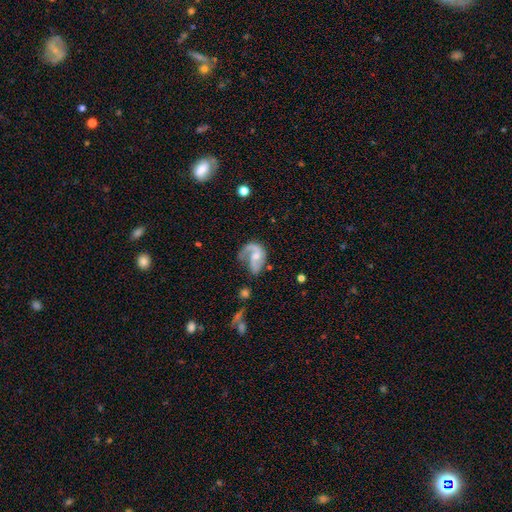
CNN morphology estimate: Smooth or featured?
  - featured or disk: 80% *
  - smooth: 14%
  - star or artifact: 6%
Edge-on disk?
  - no: 97% *
  - yes: 3%
Bar?
  - no: 54% *
  - weak: 36%
  - strong: 10%
Spiral arms?
  - yes: 92% *
  - no: 8%
Spiral winding?
  - loose: 49% *
  - medium: 39%
  - tight: 12%
Spiral arm count?
  - 2: 65% *
  - 1: 27%
  - can't tell: 5%
  - 3: 1%
  - 4: 1%
  - more than 4: 1%
Bulge size?
  - moderate: 48% *
  - small: 42%
  - none: 6%
  - large: 3%
  - dominant: 1%
Merging?
  - none: 39% *
  - major disturbance: 30%
  - minor disturbance: 25%
  - merger: 6%